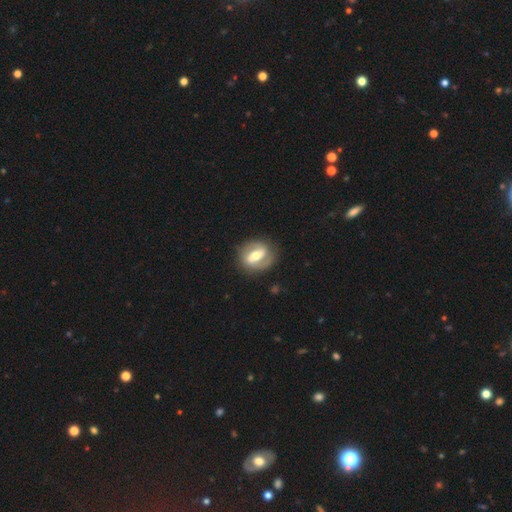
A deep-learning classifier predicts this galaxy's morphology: Smooth or featured?
  - featured or disk: 75% *
  - smooth: 20%
  - star or artifact: 5%
Edge-on disk?
  - no: 95% *
  - yes: 5%
Bar?
  - strong: 55% *
  - weak: 32%
  - no: 14%
Spiral arms?
  - yes: 78% *
  - no: 22%
Spiral winding?
  - medium: 42% *
  - tight: 37%
  - loose: 21%
Spiral arm count?
  - 2: 83% *
  - can't tell: 8%
  - 1: 6%
  - 3: 1%
  - 4: 1%
  - more than 4: 1%
Bulge size?
  - moderate: 67% *
  - small: 18%
  - large: 12%
  - dominant: 1%
  - none: 1%
Merging?
  - none: 81% *
  - minor disturbance: 12%
  - major disturbance: 5%
  - merger: 1%